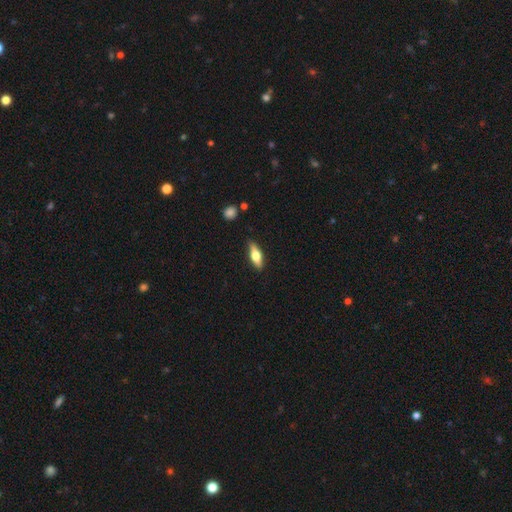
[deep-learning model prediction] A smooth galaxy with no disk features (55%) that is in between round and cigar-shaped (59%). Merging: none (85%).